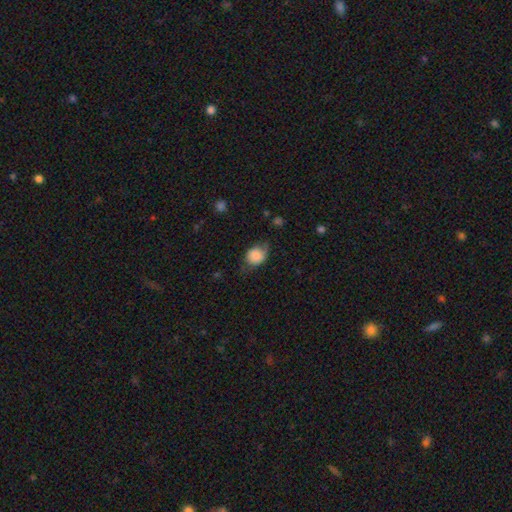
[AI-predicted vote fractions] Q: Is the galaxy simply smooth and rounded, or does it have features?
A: smooth — 81%.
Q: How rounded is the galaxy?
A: round — 56%.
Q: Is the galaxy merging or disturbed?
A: none — 54%.